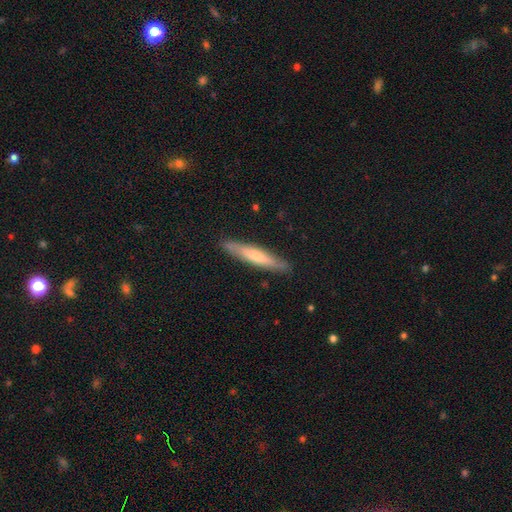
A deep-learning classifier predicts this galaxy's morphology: Smooth or featured? smooth (56%)
How rounded? cigar-shaped (91%)
Merging? none (88%)